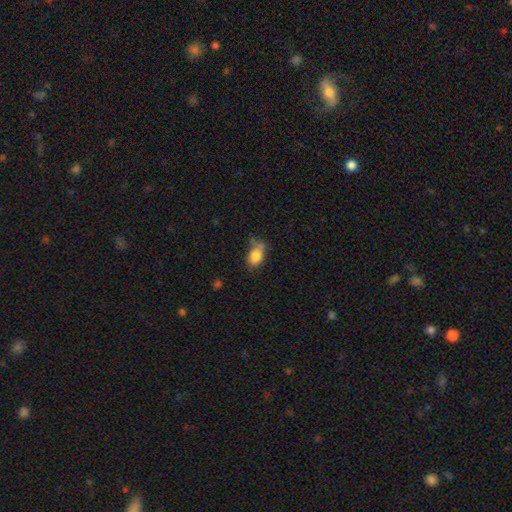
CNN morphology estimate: A smooth galaxy with no disk features (80%) that is in between round and cigar-shaped (78%). Merging: none (45%).